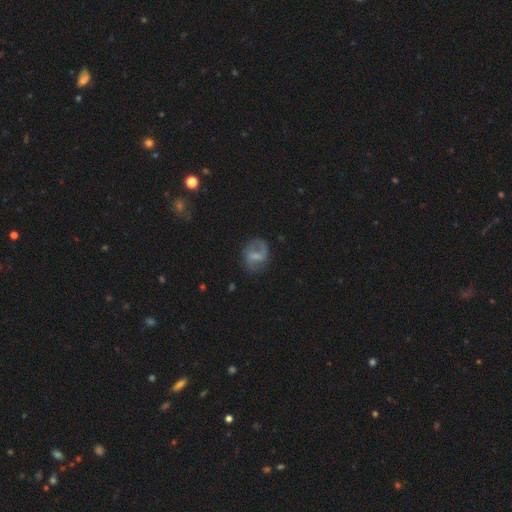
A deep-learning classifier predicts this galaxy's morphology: This appears to be a featured or disk galaxy (63%) with a weak bar (50%), 2 (78%) medium (43%) spiral arms (83%) and no central bulge (42%). Merging: none (68%).